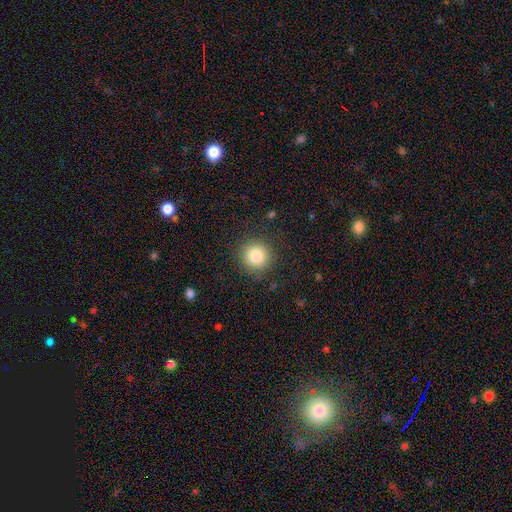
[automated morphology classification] Smooth or featured: smooth — 83% (star or artifact — 11%)
How rounded: round — 94% (in between — 5%)
Merging: none — 89% (minor disturbance — 7%)